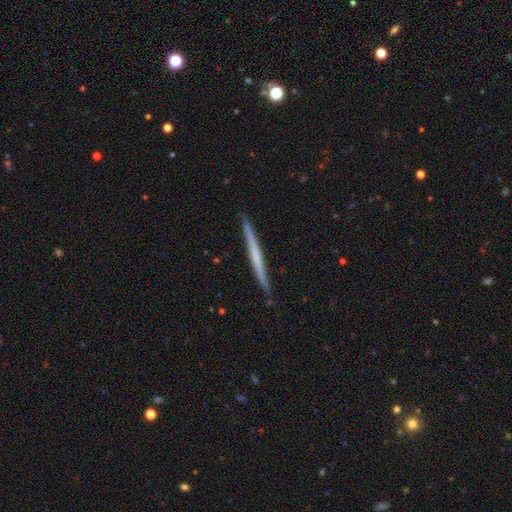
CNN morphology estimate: Smooth or featured? featured or disk (56%)
Edge-on disk? yes (98%)
Edge-on bulge? none (84%)
Merging? none (91%)